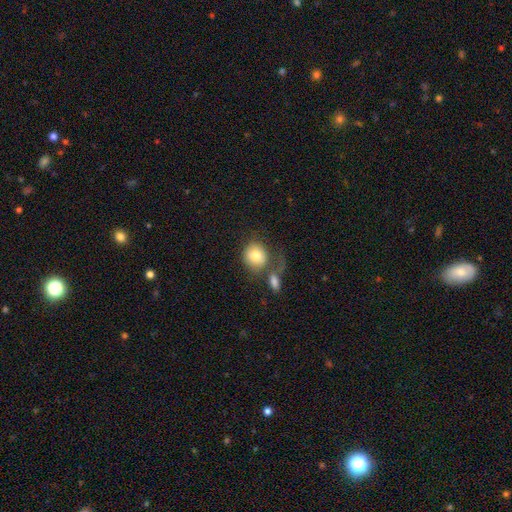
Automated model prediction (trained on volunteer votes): Morphology: type=smooth (78%); roundness=round (79%); merging=none (45%).